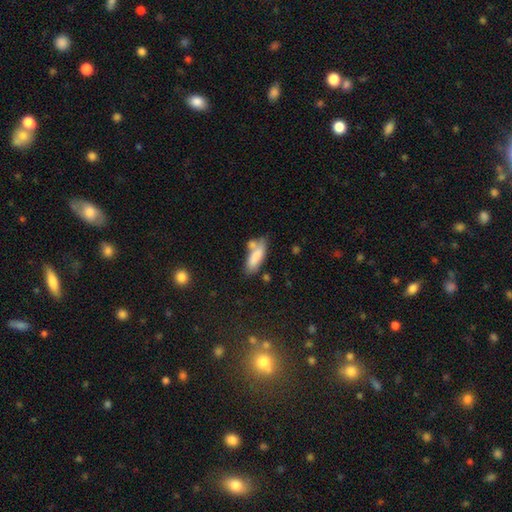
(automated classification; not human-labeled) Smooth or featured? Predicted: smooth (p=0.81). How rounded? Predicted: in between (p=0.63). Merging? Predicted: none (p=0.50).